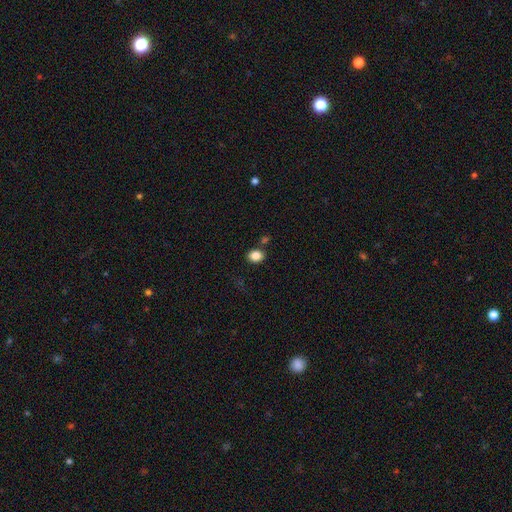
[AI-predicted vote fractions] Smooth or featured? smooth (85%)
How rounded? in between (51%)
Merging? none (82%)